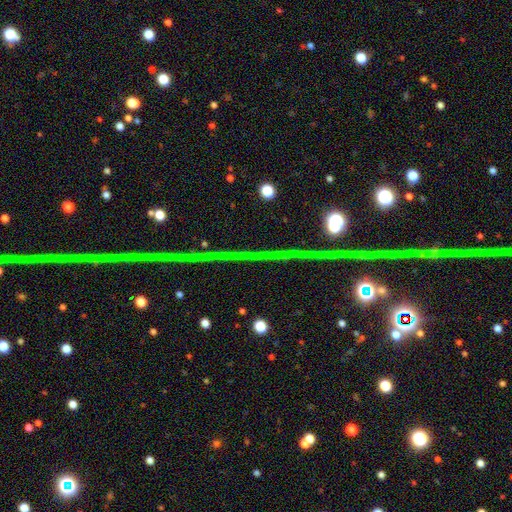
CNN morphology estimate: star or artifact 75%, featured or disk 15%, smooth 9%.